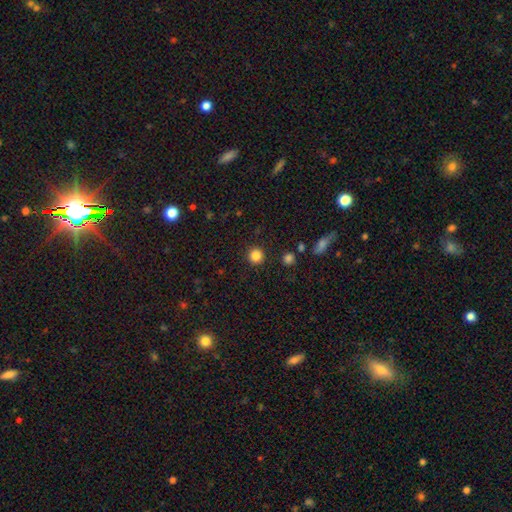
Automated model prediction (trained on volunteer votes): This appears to be a smooth galaxy with no disk features (85%) that is round (95%). Merging: none (92%).